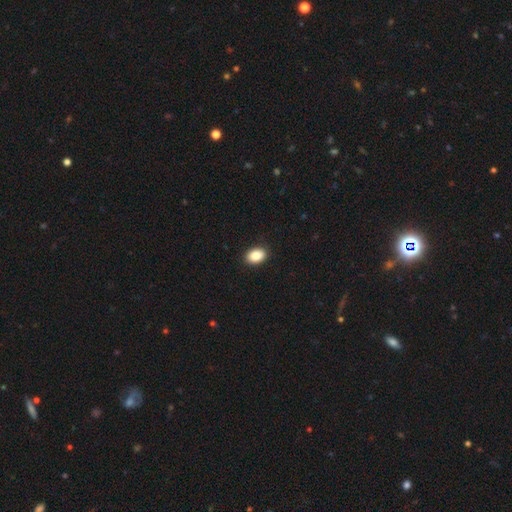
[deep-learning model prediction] This appears to be a smooth galaxy with no disk features (87%) that is in between round and cigar-shaped (82%). Merging: none (90%).